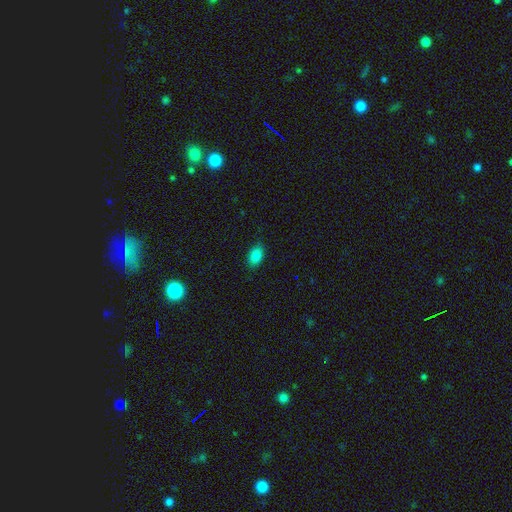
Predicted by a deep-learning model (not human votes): This is clearly a smooth galaxy (85%). How rounded: clearly in between (89%). Merging: clearly none (85%).